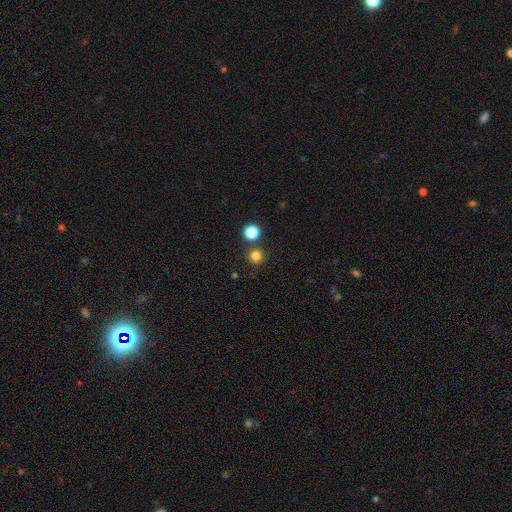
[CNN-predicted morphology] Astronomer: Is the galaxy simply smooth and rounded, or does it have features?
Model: smooth — 80%.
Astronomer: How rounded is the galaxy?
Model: round — 95%.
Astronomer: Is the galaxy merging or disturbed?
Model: none — 82%.